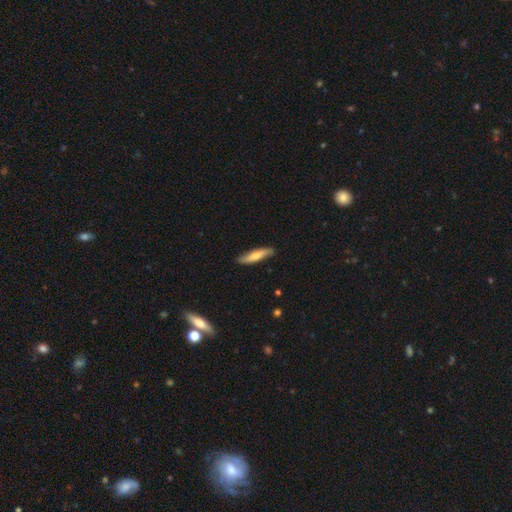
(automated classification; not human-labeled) This appears to be a smooth galaxy with no disk features (62%) that is cigar-shaped (80%). Merging: none (85%).